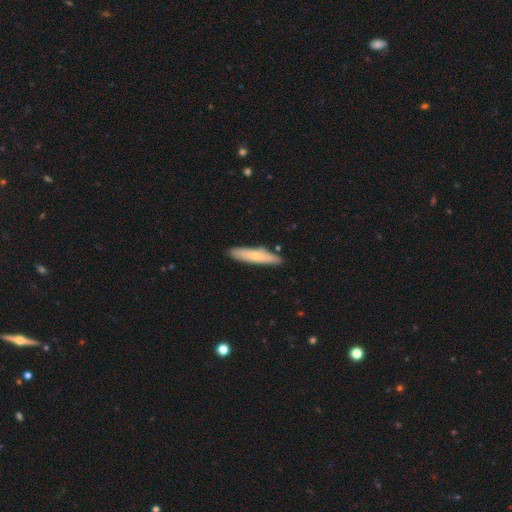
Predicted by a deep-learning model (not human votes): smooth 61%, featured or disk 33%, star or artifact 6%. Down the decision tree: how rounded — cigar-shaped (83%); merging — none (85%).